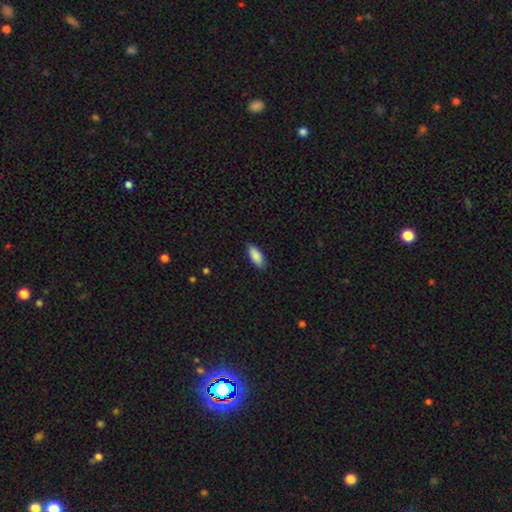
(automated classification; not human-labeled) This appears to be a smooth galaxy with no disk features (88%) that is in between round and cigar-shaped (82%). Merging: none (86%).